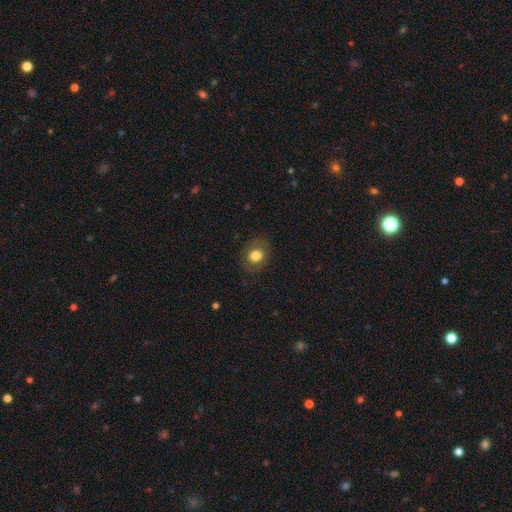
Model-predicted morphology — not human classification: Overall: smooth (74%). How rounded: round (53%; in between 46%). Merging: none (82%).